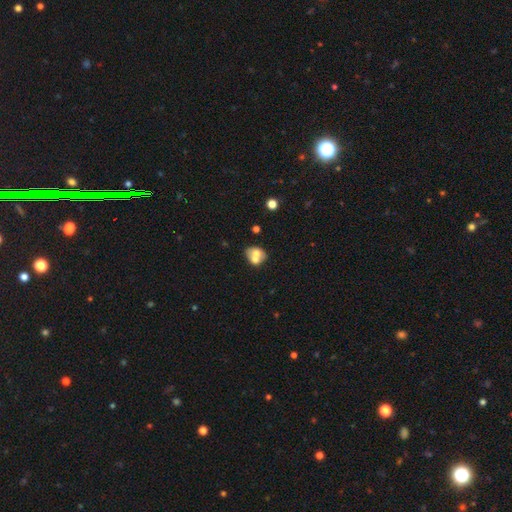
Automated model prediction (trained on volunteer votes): Smooth or featured?
  - smooth: 62% *
  - featured or disk: 29%
  - star or artifact: 9%
How rounded?
  - in between: 52% *
  - round: 47%
  - cigar-shaped: 1%
Merging?
  - merger: 56% *
  - none: 30%
  - minor disturbance: 10%
  - major disturbance: 4%